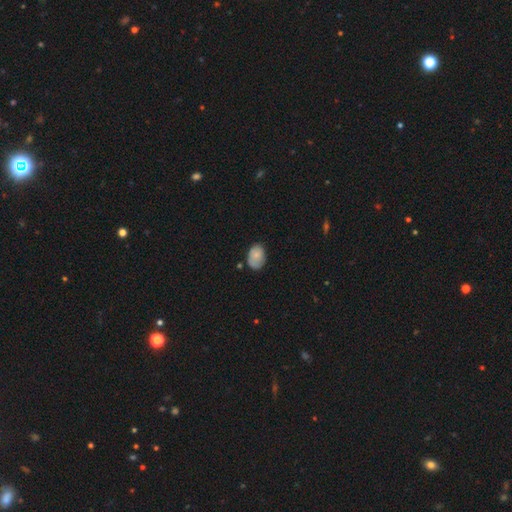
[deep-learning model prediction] Smooth or featured: smooth — 78% (featured or disk — 14%)
How rounded: in between — 81% (round — 18%)
Merging: none — 65% (minor disturbance — 27%)